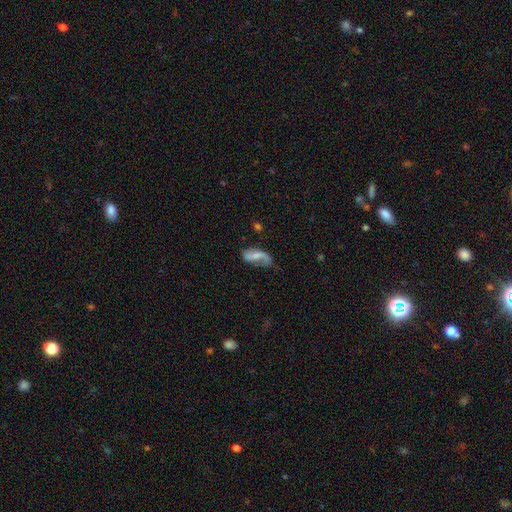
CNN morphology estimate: Smooth or featured?
  - featured or disk: 56% *
  - smooth: 37%
  - star or artifact: 8%
Edge-on disk?
  - no: 94% *
  - yes: 6%
Bar?
  - weak: 39% *
  - no: 38%
  - strong: 23%
Spiral arms?
  - yes: 81% *
  - no: 19%
Bulge size?
  - small: 42% *
  - moderate: 28%
  - none: 24%
  - large: 4%
  - dominant: 1%
Merging?
  - none: 36% *
  - minor disturbance: 30%
  - major disturbance: 30%
  - merger: 4%